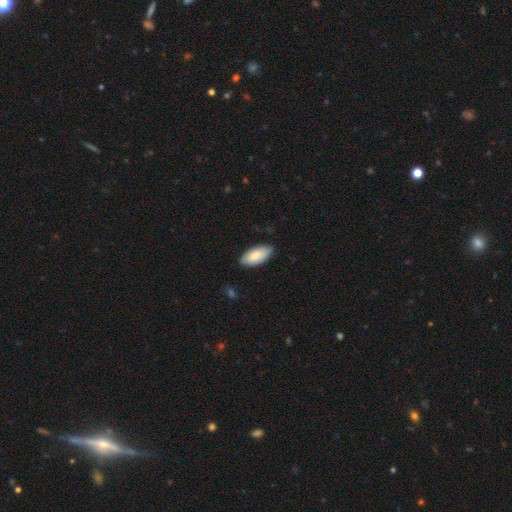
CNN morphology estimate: smooth 83%, featured or disk 11%, star or artifact 5%. Down the decision tree: how rounded — in between (93%); merging — none (82%).